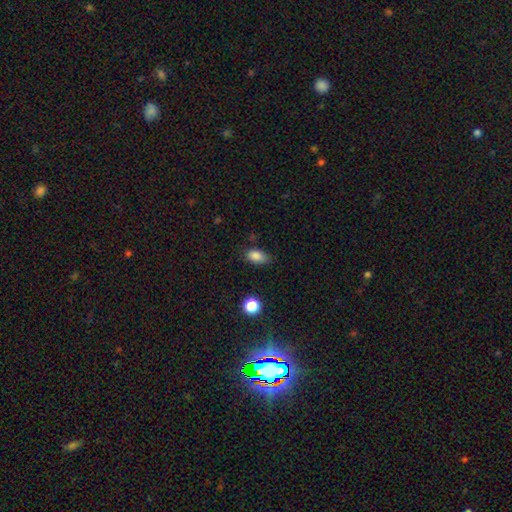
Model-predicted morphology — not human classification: Q: Smooth or featured?
A: smooth (85%); runner-up: star or artifact (10%)
Q: How rounded?
A: in between (86%); runner-up: round (12%)
Q: Merging?
A: none (67%); runner-up: minor disturbance (26%)